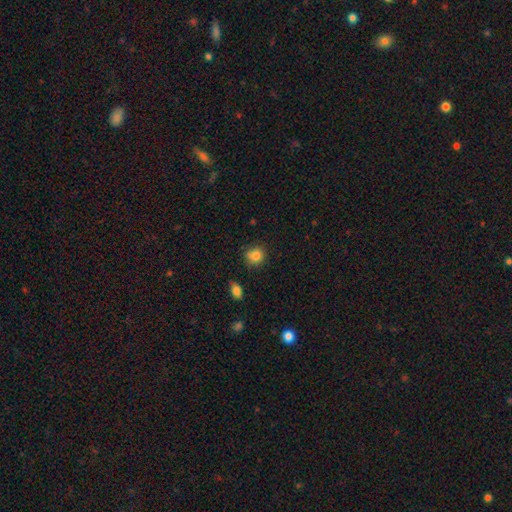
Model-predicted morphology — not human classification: A smooth galaxy with no disk features (84%) that is round (85%).

Vote fractions:
- Smooth or featured? smooth: 84% / star or artifact: 10% / featured or disk: 5%
- How rounded? round: 85% / in between: 14% / cigar-shaped: 1%
- Merging? none: 79% / minor disturbance: 15% / major disturbance: 3% / merger: 2%